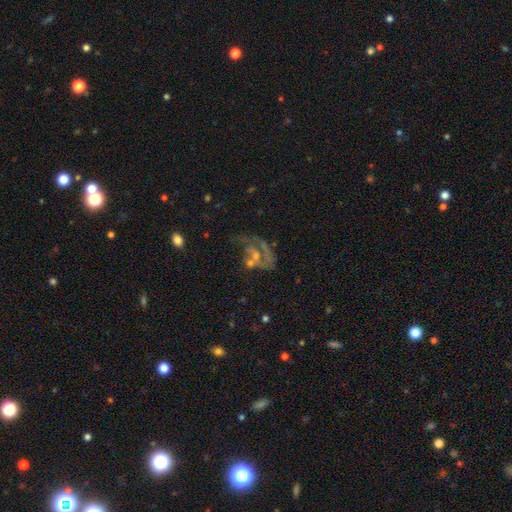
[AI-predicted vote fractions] featured or disk 65%, star or artifact 18%, smooth 17%. Down the decision tree: edge-on disk — no (97%); bar — no (61%); spiral arms — yes (68%); bulge size — small (47%); merging — major disturbance (33%).